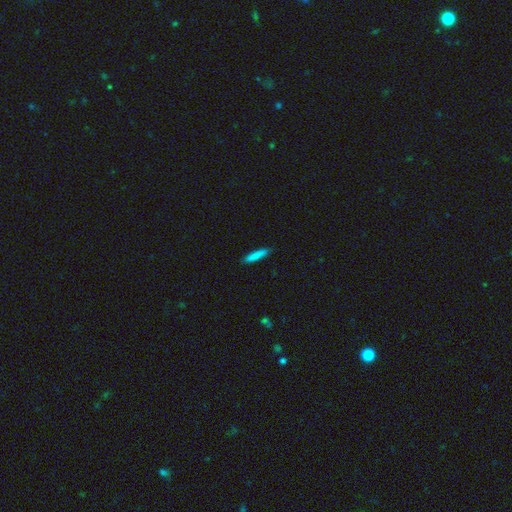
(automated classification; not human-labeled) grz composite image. It shows a smooth galaxy with no disk features (84%) that is cigar-shaped (90%). Merging: none (89%).